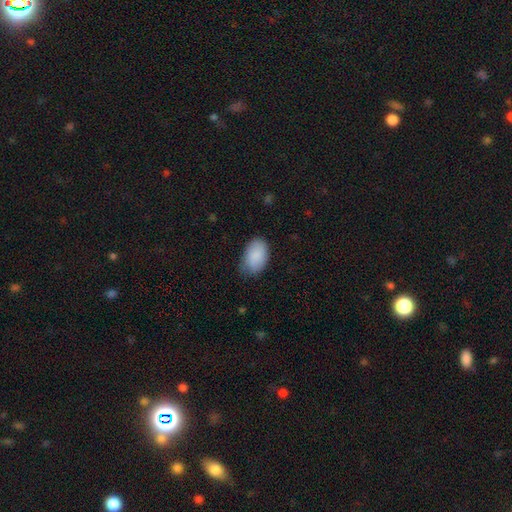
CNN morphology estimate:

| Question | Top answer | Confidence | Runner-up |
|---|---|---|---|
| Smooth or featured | smooth | 88% | featured or disk (6%) |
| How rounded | in between | 92% | round (7%) |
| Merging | none | 68% | minor disturbance (26%) |